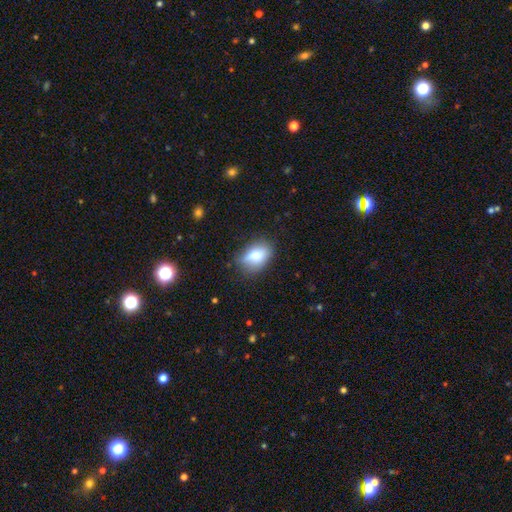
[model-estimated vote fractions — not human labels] Morphology: type=smooth (74%); roundness=in between (83%); merging=none (73%).